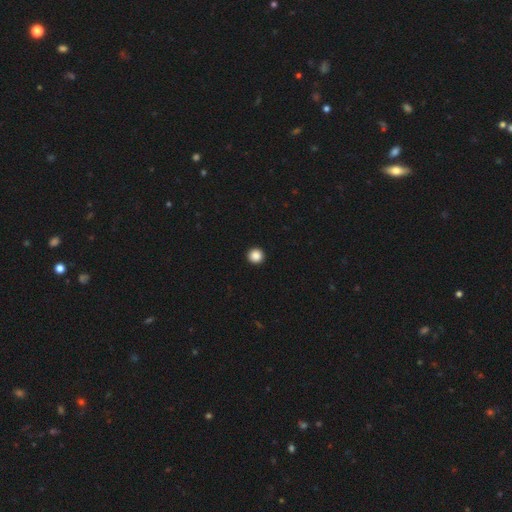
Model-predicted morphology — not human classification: type=smooth (88%); roundness=round (96%); merging=none (95%).